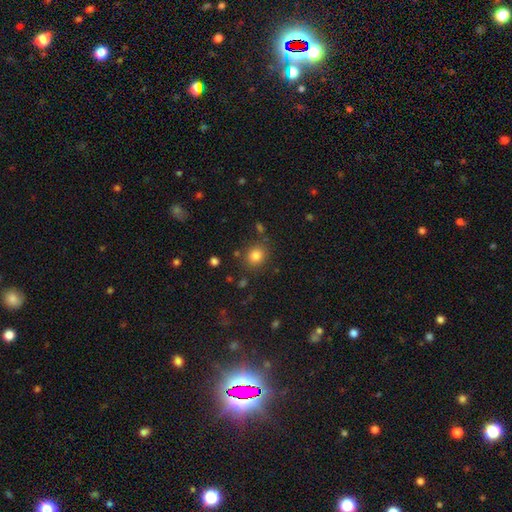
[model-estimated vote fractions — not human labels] smooth-or-featured: smooth: 82% | star or artifact: 12% | featured or disk: 6%
  how-rounded: round: 77% | in between: 22% | cigar-shaped: 1%
  merging: none: 83% | minor disturbance: 10% | merger: 4% | major disturbance: 4%